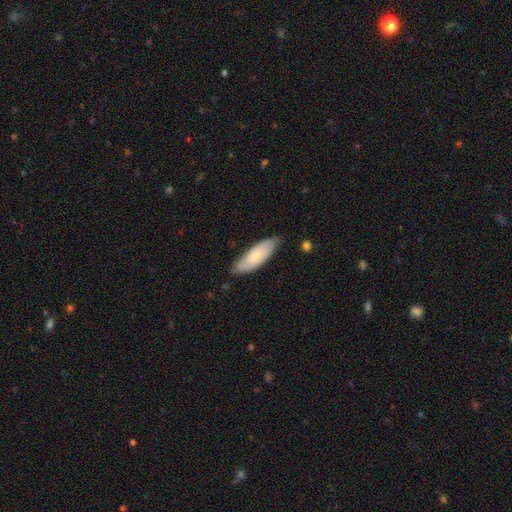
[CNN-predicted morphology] The model was most divided on "how rounded": in between: 61%, cigar-shaped: 37%, round: 2%. More confident: merging — none (75%); smooth or featured — smooth (63%).